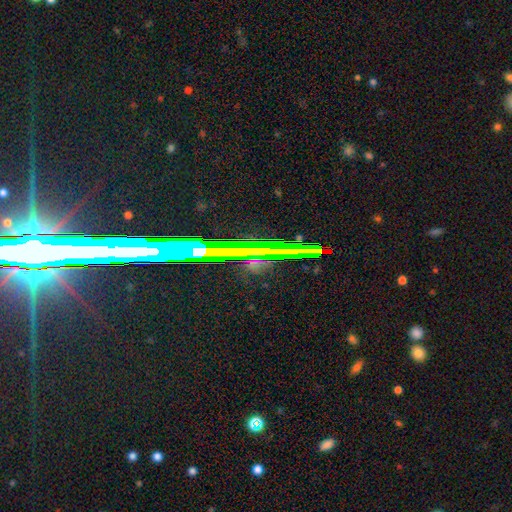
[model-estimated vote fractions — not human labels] The model was most divided on "smooth or featured": star or artifact: 46%, featured or disk: 38%, smooth: 17%.